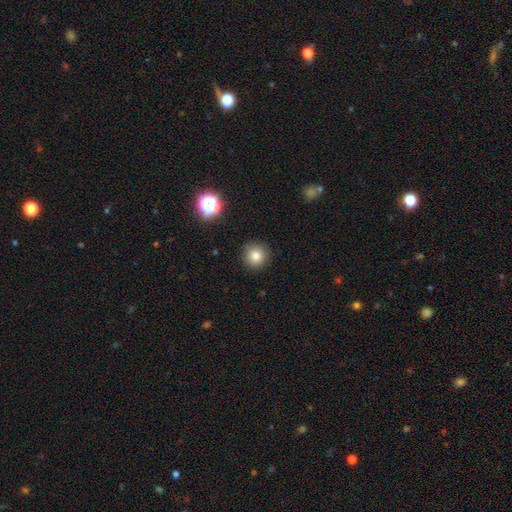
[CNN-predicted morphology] Q: Smooth or featured?
A: smooth (80%); runner-up: star or artifact (13%)
Q: How rounded?
A: round (94%); runner-up: in between (5%)
Q: Merging?
A: none (90%); runner-up: minor disturbance (6%)